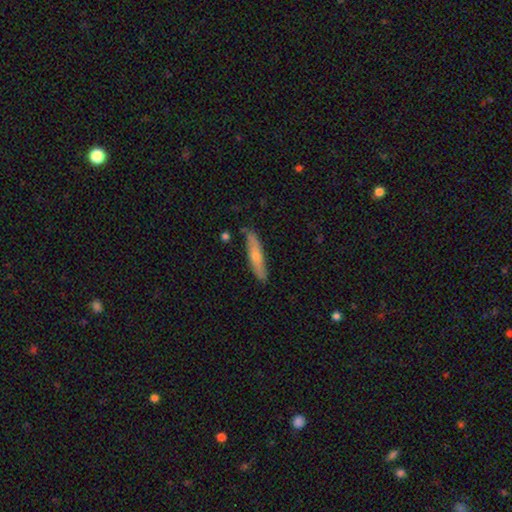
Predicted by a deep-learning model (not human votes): This is possibly a smooth galaxy (53%). How rounded: clearly cigar-shaped (86%). Merging: clearly none (84%).